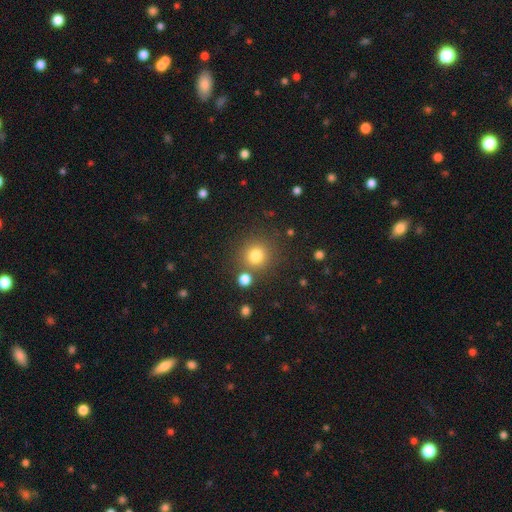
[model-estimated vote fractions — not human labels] smooth_or_featured: smooth (p=0.79) [alt: star or artifact p=0.14]
how_rounded: round (p=0.92) [alt: in between p=0.07]
merging: none (p=0.80) [alt: minor disturbance p=0.08]